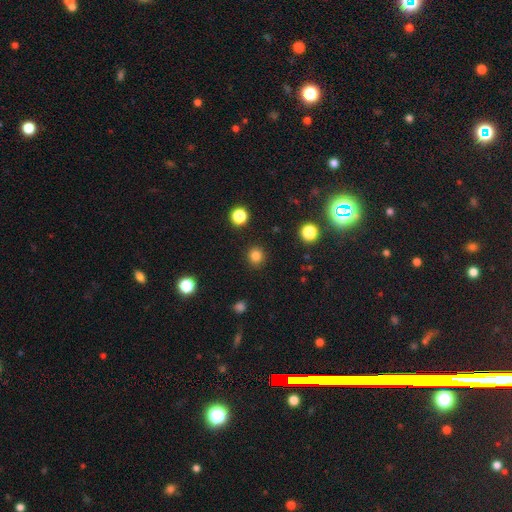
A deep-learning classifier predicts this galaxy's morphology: smooth_or_featured: smooth (p=0.82) [alt: star or artifact p=0.13]
how_rounded: round (p=0.90) [alt: in between p=0.09]
merging: none (p=0.91) [alt: minor disturbance p=0.06]